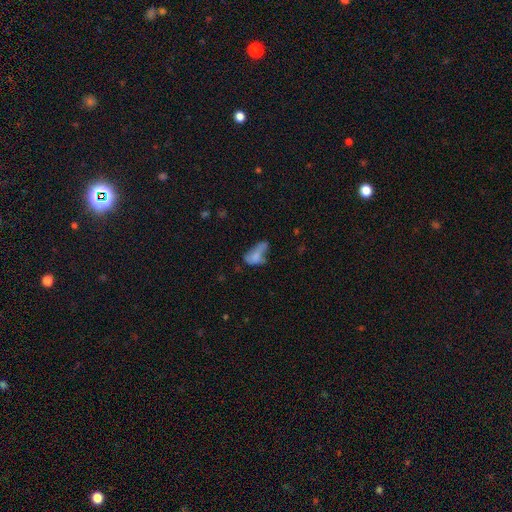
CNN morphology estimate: smooth_or_featured: smooth (p=0.63) [alt: featured or disk p=0.25]
how_rounded: in between (p=0.86) [alt: cigar-shaped p=0.08]
merging: major disturbance (p=0.33) [alt: minor disturbance p=0.23]